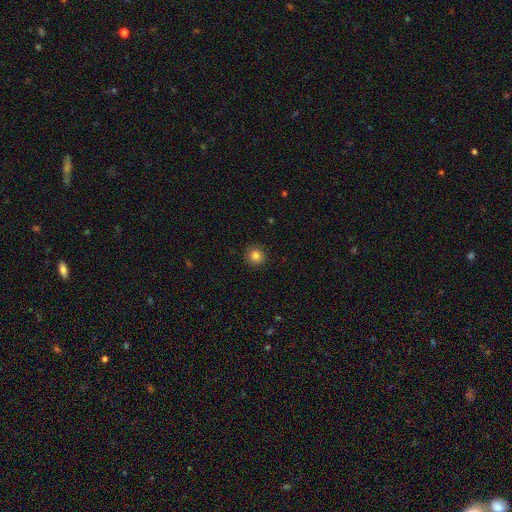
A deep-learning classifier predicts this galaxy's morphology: Smooth or featured: smooth — 83% (star or artifact — 11%)
How rounded: round — 95% (in between — 4%)
Merging: none — 91% (minor disturbance — 6%)